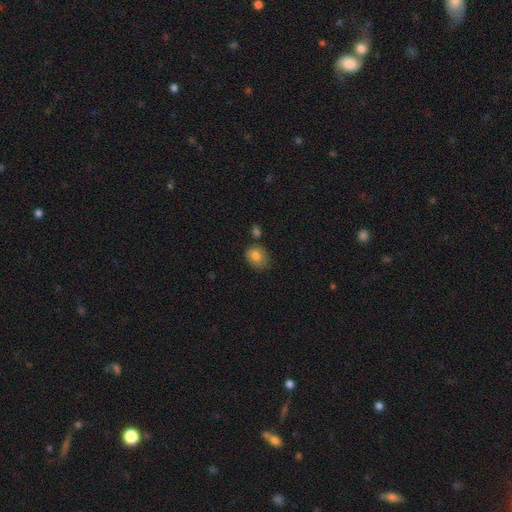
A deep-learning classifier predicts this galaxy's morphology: smooth-or-featured: smooth: 81% | featured or disk: 10% | star or artifact: 9%
  how-rounded: in between: 53% | round: 46% | cigar-shaped: 1%
  merging: none: 69% | minor disturbance: 19% | merger: 8% | major disturbance: 4%